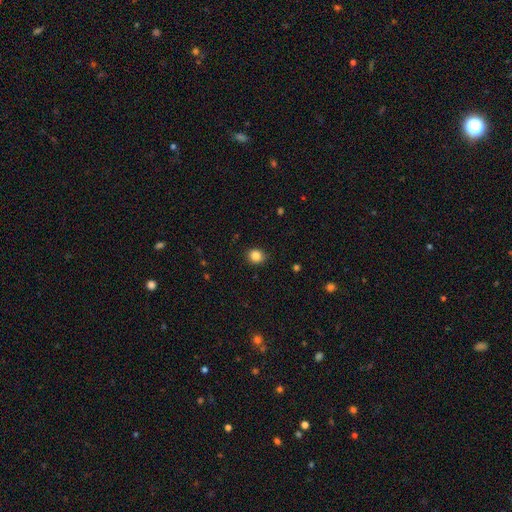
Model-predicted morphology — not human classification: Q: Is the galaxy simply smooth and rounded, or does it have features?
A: smooth — 85%.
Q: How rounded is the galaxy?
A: round — 78%.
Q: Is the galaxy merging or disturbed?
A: none — 88%.